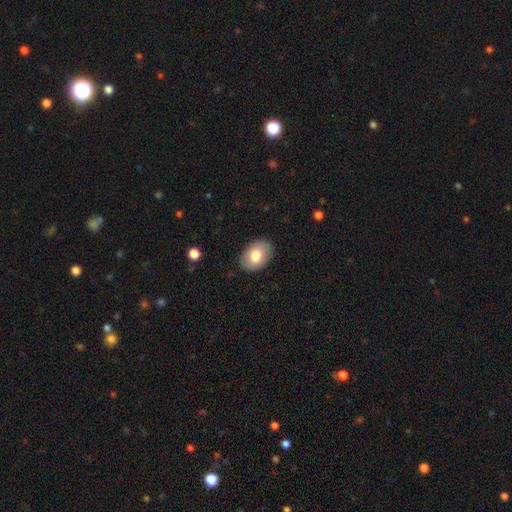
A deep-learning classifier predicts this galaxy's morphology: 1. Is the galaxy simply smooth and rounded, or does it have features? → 76% smooth, 18% featured or disk, 7% star or artifact.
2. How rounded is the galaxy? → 83% in between, 16% round, 1% cigar-shaped.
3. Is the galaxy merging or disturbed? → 87% none, 9% minor disturbance, 2% major disturbance, 1% merger.